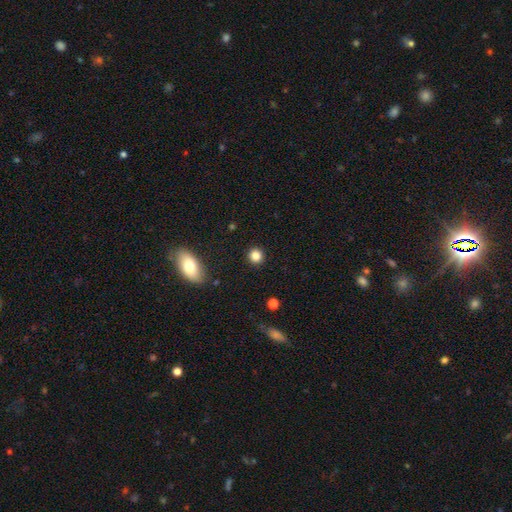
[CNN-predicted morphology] Smooth or featured?
  - smooth: 84% *
  - star or artifact: 11%
  - featured or disk: 5%
How rounded?
  - round: 90% *
  - in between: 9%
  - cigar-shaped: 1%
Merging?
  - none: 91% *
  - minor disturbance: 6%
  - major disturbance: 2%
  - merger: 1%